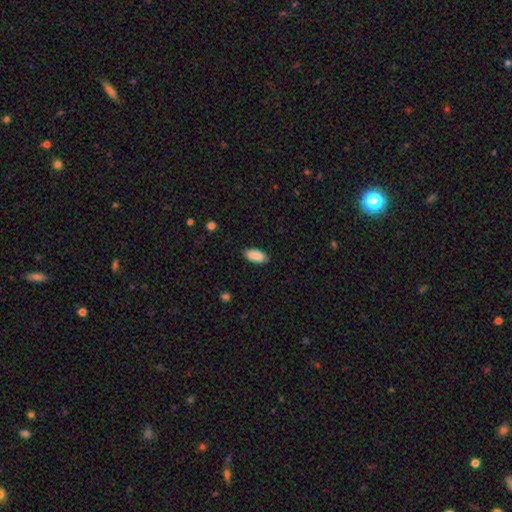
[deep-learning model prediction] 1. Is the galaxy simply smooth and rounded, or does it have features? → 90% smooth, 6% star or artifact, 4% featured or disk.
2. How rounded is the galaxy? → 87% in between, 11% cigar-shaped, 2% round.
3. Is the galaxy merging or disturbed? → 87% none, 10% minor disturbance, 2% major disturbance, 1% merger.